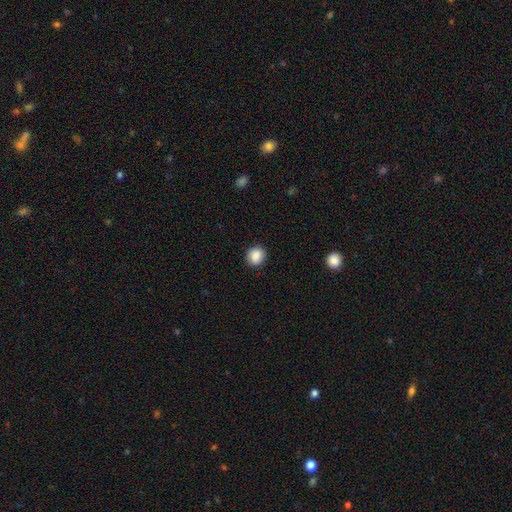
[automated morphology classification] smooth-or-featured: smooth: 88% | star or artifact: 9% | featured or disk: 4%
  how-rounded: round: 82% | in between: 17% | cigar-shaped: 1%
  merging: none: 89% | minor disturbance: 8% | major disturbance: 2% | merger: 1%